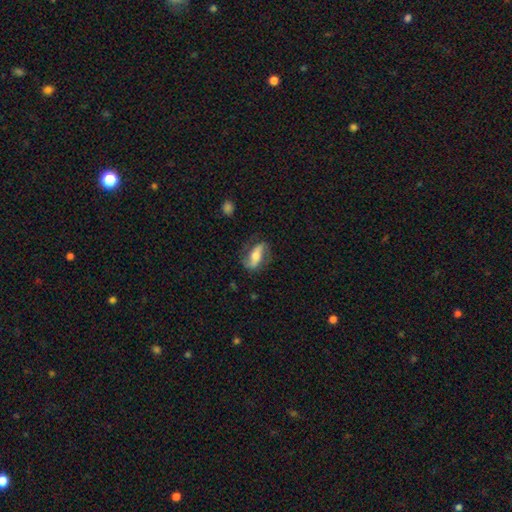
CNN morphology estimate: The model was most divided on "spiral winding": loose: 50%, medium: 33%, tight: 17%. More confident: spiral arm count — 2 (88%); spiral arms — yes (86%); edge-on disk — no (85%); merging — none (74%); smooth or featured — featured or disk (69%); bulge size — moderate (59%); bar — strong (51%).